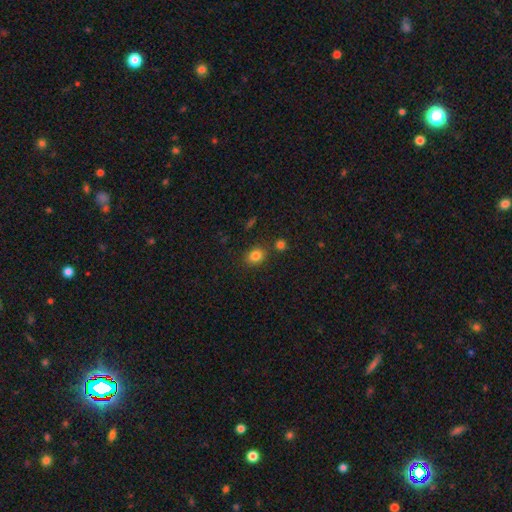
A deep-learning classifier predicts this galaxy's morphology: Q: Smooth or featured?
A: smooth (82%); runner-up: star or artifact (11%)
Q: How rounded?
A: in between (51%); runner-up: round (48%)
Q: Merging?
A: none (79%); runner-up: minor disturbance (11%)